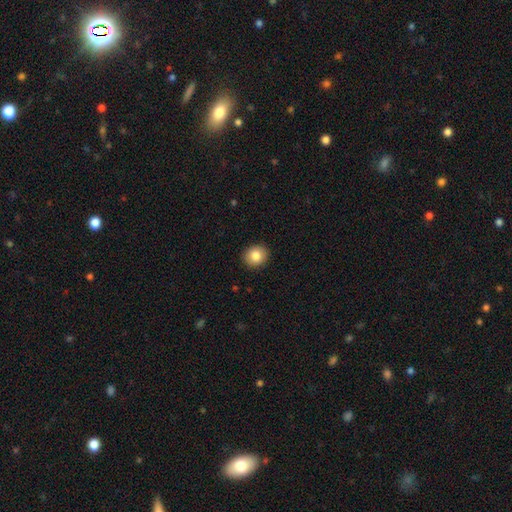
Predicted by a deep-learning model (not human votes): Smooth or featured? smooth (84%)
How rounded? round (74%)
Merging? none (91%)